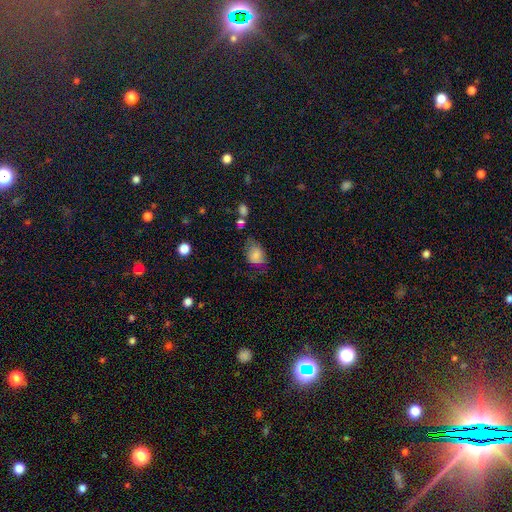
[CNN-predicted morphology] Overall: smooth (73%). How rounded: in between (66%; round 33%). Merging: none (48%; minor disturbance 32%).